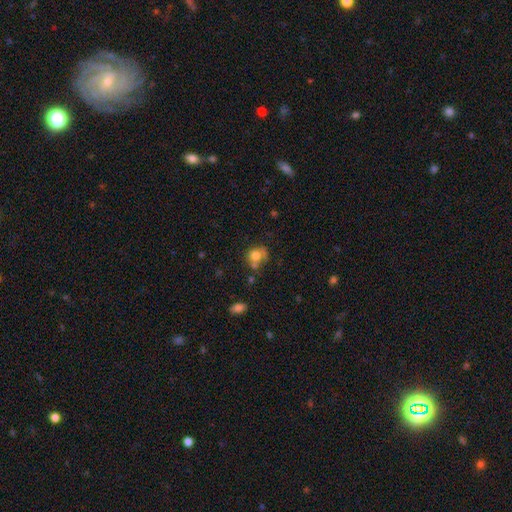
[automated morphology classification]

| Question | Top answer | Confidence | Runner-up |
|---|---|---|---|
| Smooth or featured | smooth | 74% | featured or disk (15%) |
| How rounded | round | 69% | in between (30%) |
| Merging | none | 44% | minor disturbance (23%) |